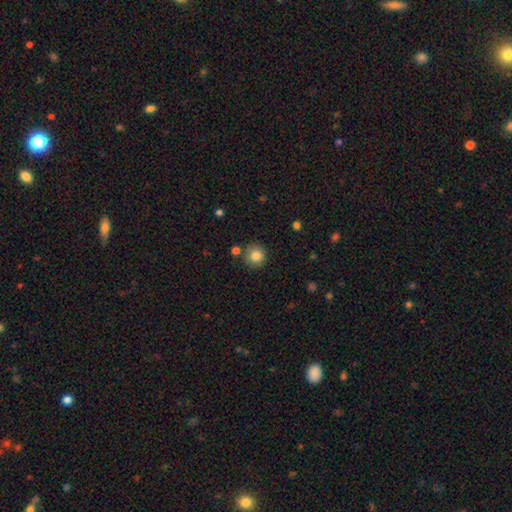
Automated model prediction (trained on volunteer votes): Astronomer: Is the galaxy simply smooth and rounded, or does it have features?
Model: smooth — 84%.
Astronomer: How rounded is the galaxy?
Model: round — 93%.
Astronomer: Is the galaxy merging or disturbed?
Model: none — 82%.